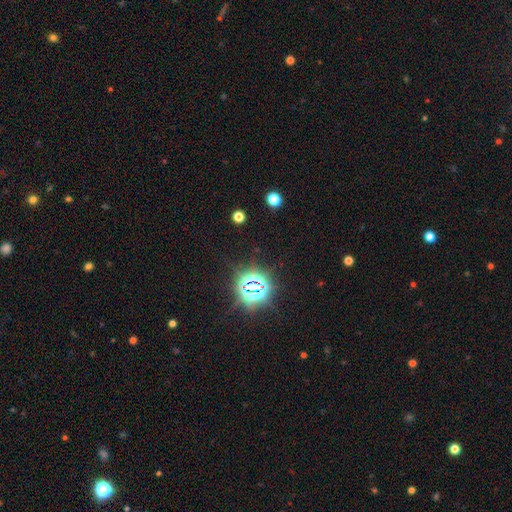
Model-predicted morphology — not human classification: Overall: star or artifact (82%).